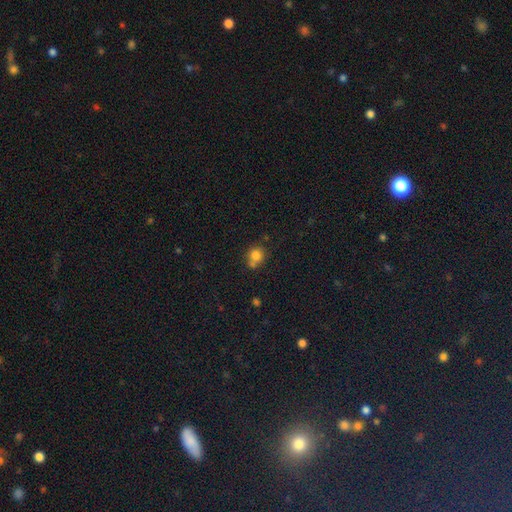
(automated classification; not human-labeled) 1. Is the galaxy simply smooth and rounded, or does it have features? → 80% smooth, 12% star or artifact, 9% featured or disk.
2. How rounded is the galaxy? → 82% round, 17% in between, 1% cigar-shaped.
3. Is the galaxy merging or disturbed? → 54% none, 28% merger, 14% minor disturbance, 4% major disturbance.